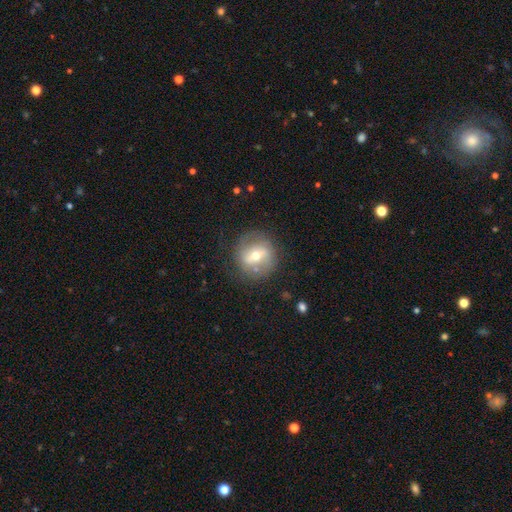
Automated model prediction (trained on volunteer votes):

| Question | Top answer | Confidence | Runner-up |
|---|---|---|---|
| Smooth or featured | featured or disk | 58% | smooth (33%) |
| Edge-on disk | no | 93% | yes (7%) |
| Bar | strong | 42% | weak (39%) |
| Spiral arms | yes | 54% | no (46%) |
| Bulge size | moderate | 64% | small (29%) |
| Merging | none | 78% | minor disturbance (13%) |